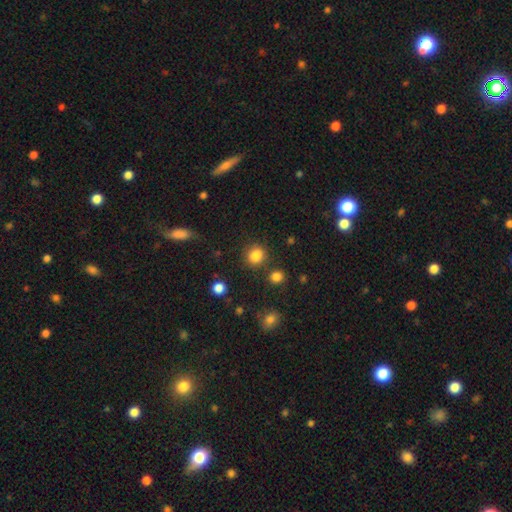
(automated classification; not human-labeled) Overall: smooth (84%). How rounded: round (74%). Merging: none (80%).